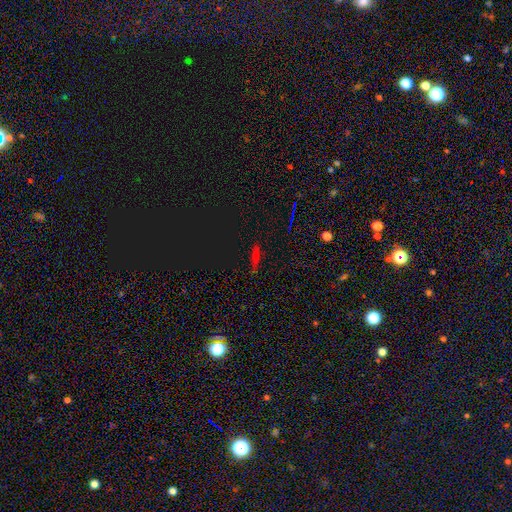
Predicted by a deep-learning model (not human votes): Smooth or featured? Predicted: smooth (p=0.41). Merging? Predicted: none (p=0.79).